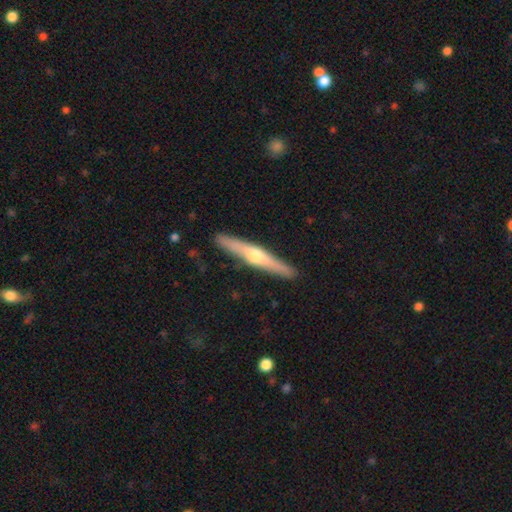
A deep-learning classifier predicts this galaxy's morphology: The model was most divided on "smooth or featured": featured or disk: 64%, smooth: 31%, star or artifact: 5%. More confident: edge-on disk — yes (96%); merging — none (90%); edge-on bulge — rounded (90%).